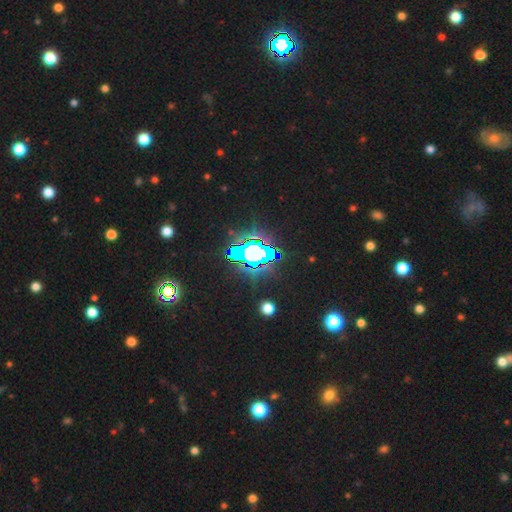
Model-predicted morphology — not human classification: Smooth or featured: star or artifact — 71% (smooth — 15%)